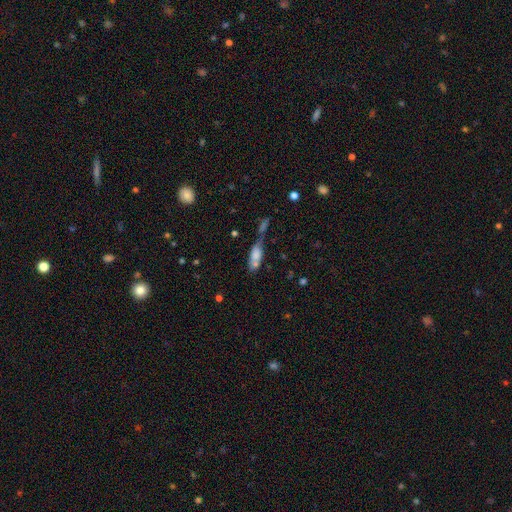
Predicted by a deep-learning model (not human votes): Smooth or featured?
  - smooth: 69% *
  - featured or disk: 22%
  - star or artifact: 9%
How rounded?
  - in between: 70% *
  - cigar-shaped: 27%
  - round: 4%
Merging?
  - merger: 42% *
  - none: 29%
  - minor disturbance: 17%
  - major disturbance: 12%